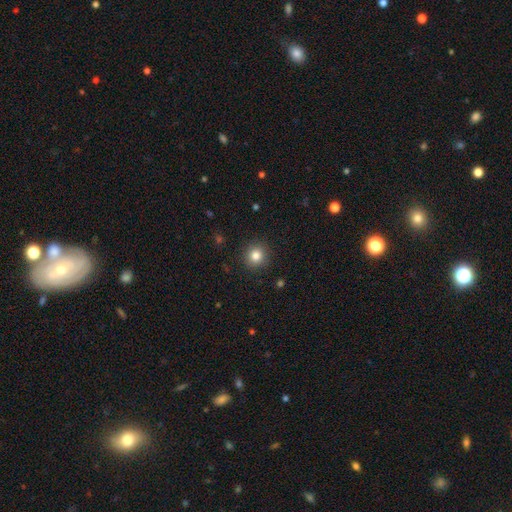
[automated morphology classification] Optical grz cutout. It shows a smooth galaxy with no disk features (84%) that is round (92%). Merging: none (91%).